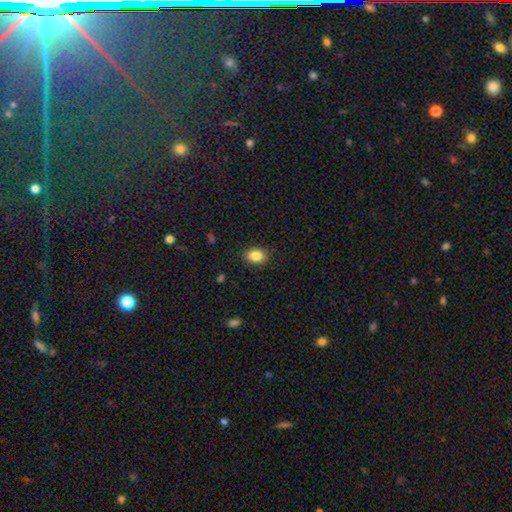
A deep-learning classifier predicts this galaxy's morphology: smooth_or_featured: smooth (p=0.85) [alt: star or artifact p=0.09]
how_rounded: in between (p=0.68) [alt: round p=0.31]
merging: none (p=0.88) [alt: minor disturbance p=0.09]